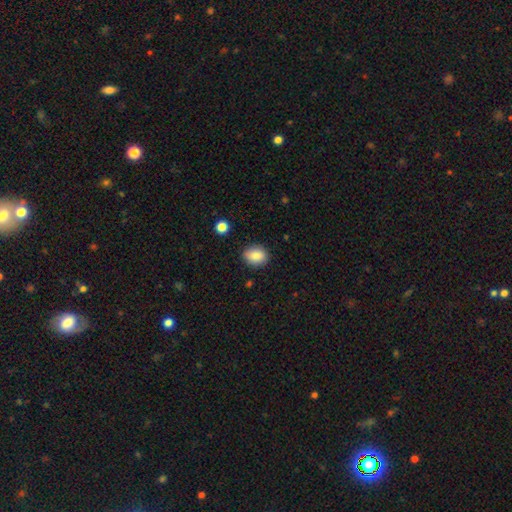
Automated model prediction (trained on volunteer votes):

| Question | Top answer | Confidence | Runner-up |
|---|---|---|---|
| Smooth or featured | smooth | 86% | star or artifact (8%) |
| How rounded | in between | 59% | round (40%) |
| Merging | none | 87% | minor disturbance (9%) |